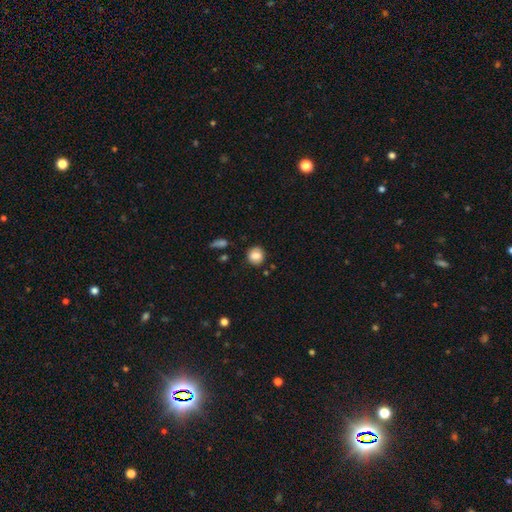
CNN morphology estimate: smooth-or-featured: smooth: 82% | star or artifact: 9% | featured or disk: 9%
  how-rounded: round: 85% | in between: 14% | cigar-shaped: 1%
  merging: none: 82% | minor disturbance: 11% | merger: 3% | major disturbance: 3%